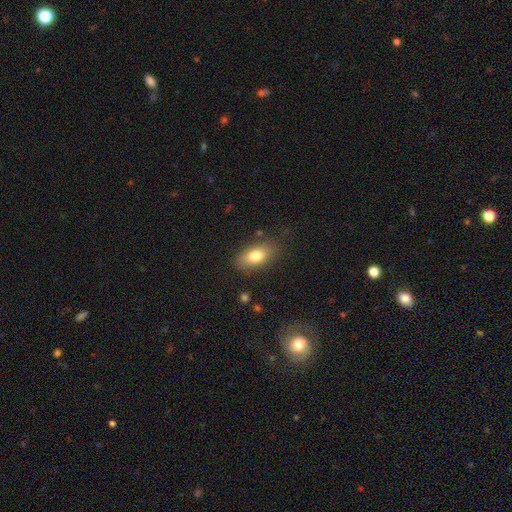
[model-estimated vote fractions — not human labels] Smooth or featured: smooth — 77% (featured or disk — 15%)
How rounded: in between — 86% (round — 8%)
Merging: none — 79% (minor disturbance — 15%)